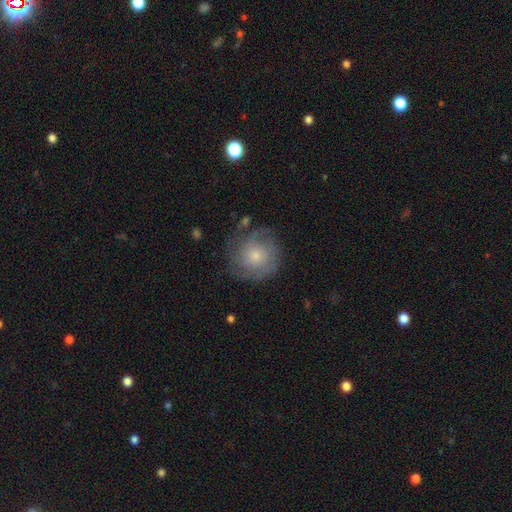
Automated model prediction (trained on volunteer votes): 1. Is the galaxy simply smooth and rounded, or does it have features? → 57% featured or disk, 35% smooth, 8% star or artifact.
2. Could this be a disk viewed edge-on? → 98% no, 2% yes.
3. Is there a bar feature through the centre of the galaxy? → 83% no, 15% weak, 2% strong.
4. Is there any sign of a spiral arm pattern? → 84% yes, 16% no.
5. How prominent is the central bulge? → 64% small, 28% moderate, 3% large, 3% none, 1% dominant.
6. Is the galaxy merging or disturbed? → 69% none, 19% minor disturbance, 10% major disturbance, 2% merger.